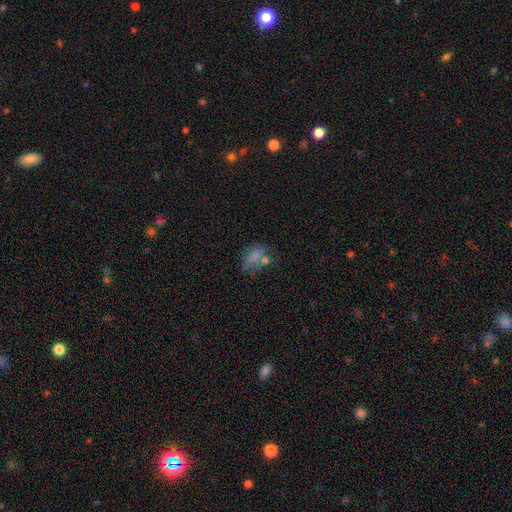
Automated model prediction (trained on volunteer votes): This appears to be a smooth galaxy with no disk features (52%) that is in between round and cigar-shaped (69%). Merging: none (44%).